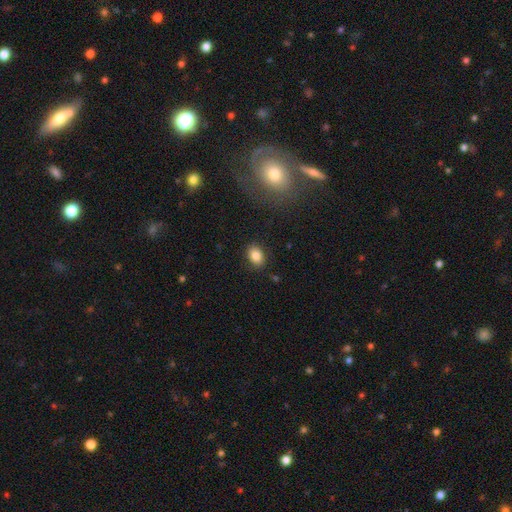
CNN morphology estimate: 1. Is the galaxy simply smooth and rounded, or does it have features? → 83% smooth, 9% star or artifact, 7% featured or disk.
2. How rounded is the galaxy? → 73% in between, 26% round, 1% cigar-shaped.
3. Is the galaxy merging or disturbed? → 87% none, 10% minor disturbance, 2% major disturbance, 2% merger.